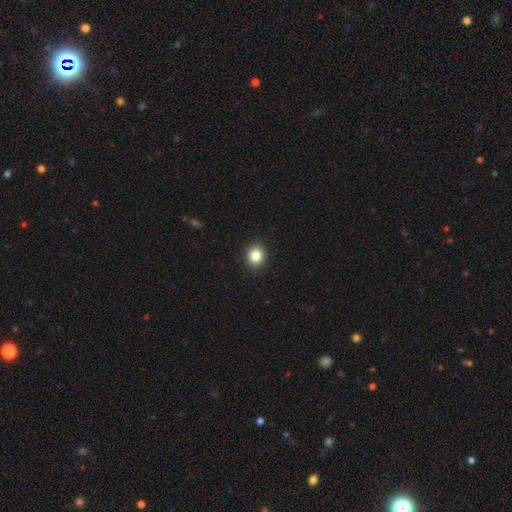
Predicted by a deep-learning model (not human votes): Smooth or featured?
  - smooth: 84% *
  - star or artifact: 10%
  - featured or disk: 5%
How rounded?
  - round: 74% *
  - in between: 25%
  - cigar-shaped: 1%
Merging?
  - none: 91% *
  - minor disturbance: 6%
  - major disturbance: 2%
  - merger: 1%